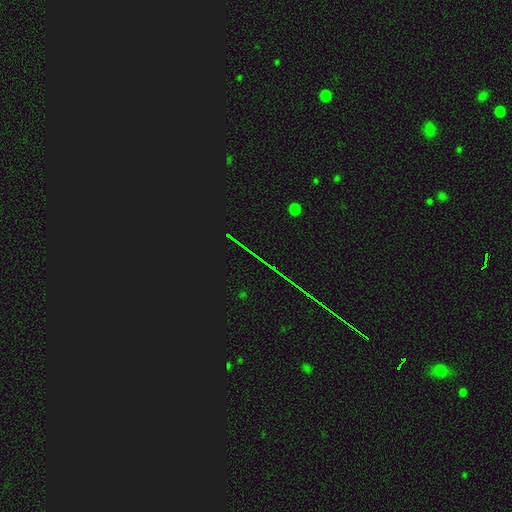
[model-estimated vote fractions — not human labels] Smooth or featured: star or artifact — 84% (smooth — 9%)